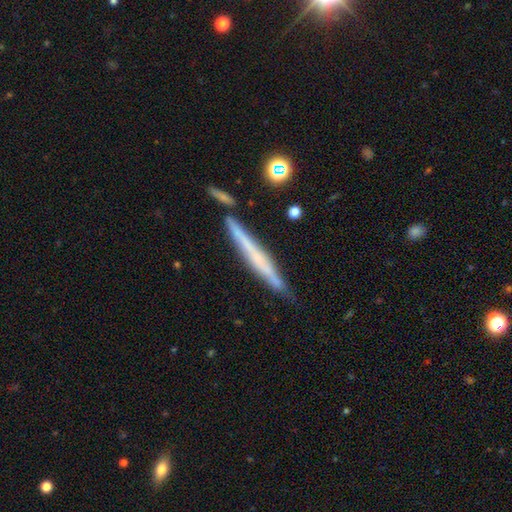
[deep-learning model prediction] smooth_or_featured: featured or disk (p=0.57) [alt: smooth p=0.36]
disk_edge_on: yes (p=0.95) [alt: no p=0.05]
edge_on_bulge: none (p=0.72) [alt: rounded p=0.19]
merging: none (p=0.77) [alt: minor disturbance p=0.14]